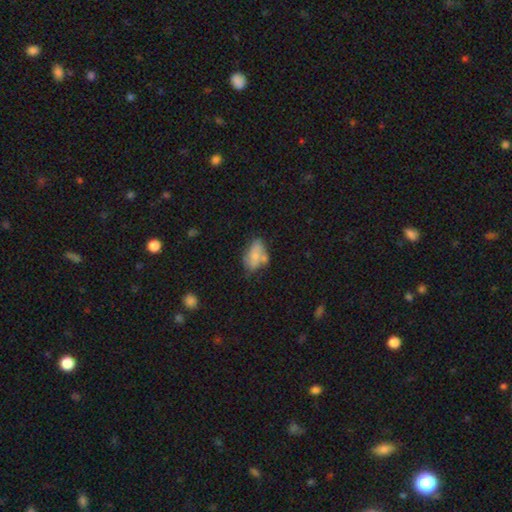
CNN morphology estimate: This appears to be a smooth galaxy with no disk features (60%) that is in between round and cigar-shaped (87%). Merging: none (38%).